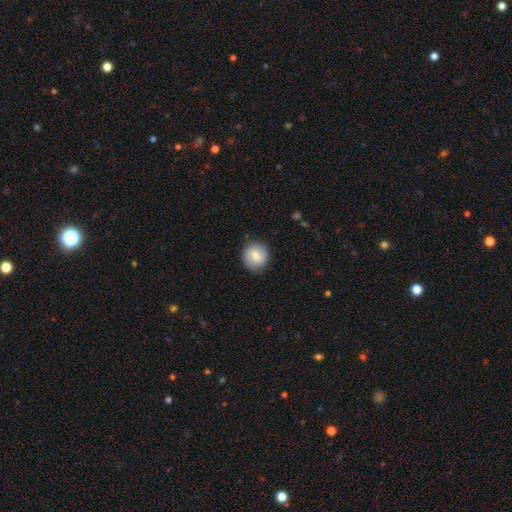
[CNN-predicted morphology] The model was most divided on "smooth or featured": smooth: 76%, featured or disk: 16%, star or artifact: 8%. More confident: how rounded — round (89%); merging — none (84%).